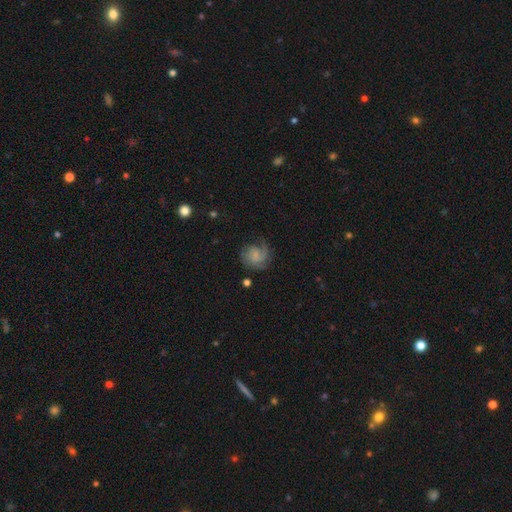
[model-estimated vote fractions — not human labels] The model was most divided on "spiral winding": medium: 40%, tight: 34%, loose: 26%. Remaining: edge-on disk — no (98%); spiral arms — yes (89%); bar — no (60%); smooth or featured — featured or disk (59%); merging — none (55%); bulge size — none (51%); spiral arm count — 1 (46%).